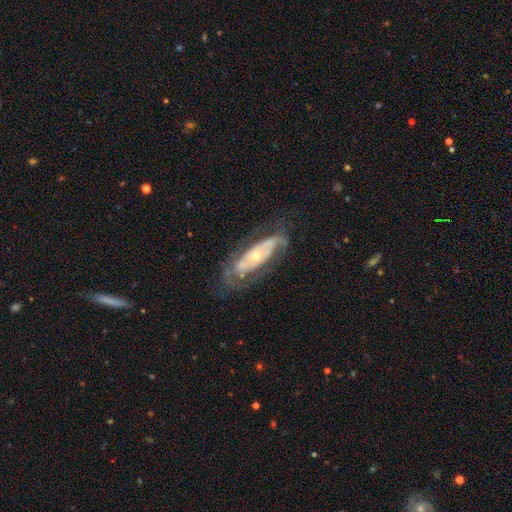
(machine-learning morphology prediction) smooth-or-featured: featured or disk: 76% | smooth: 18% | star or artifact: 6%
  disk-edge-on: no: 83% | yes: 17%
    bar: no: 75% | weak: 16% | strong: 9%
    has-spiral-arms: yes: 70% | no: 30%
    bulge-size: small: 56% | moderate: 40% | large: 2% | none: 1% | dominant: 1%
  merging: none: 61% | minor disturbance: 21% | major disturbance: 16% | merger: 2%